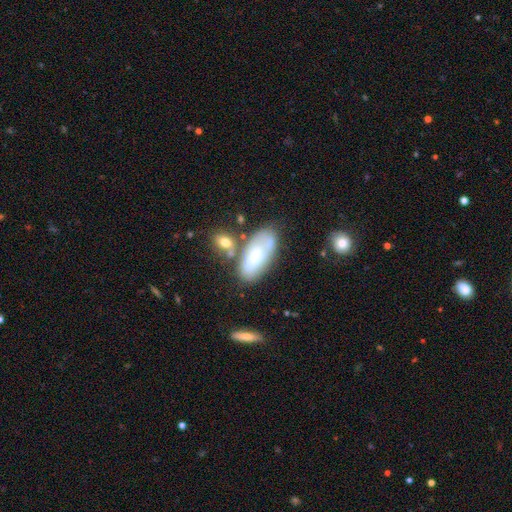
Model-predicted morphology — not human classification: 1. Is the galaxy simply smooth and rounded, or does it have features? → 55% smooth, 38% featured or disk, 7% star or artifact.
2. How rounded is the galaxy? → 90% in between, 7% cigar-shaped, 3% round.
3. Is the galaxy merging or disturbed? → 57% none, 21% minor disturbance, 15% merger, 8% major disturbance.